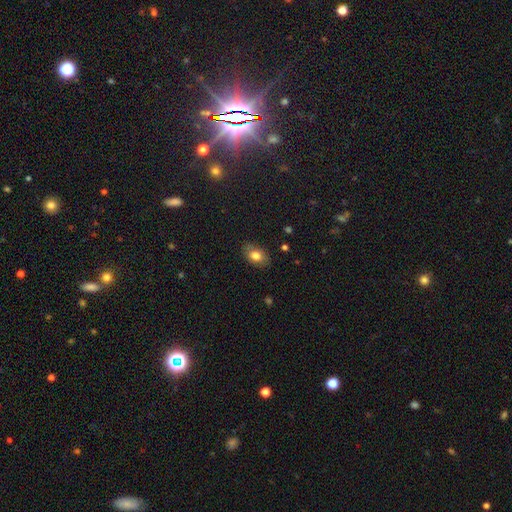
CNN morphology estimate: Overall: smooth (79%). How rounded: in between (85%). Merging: none (83%).